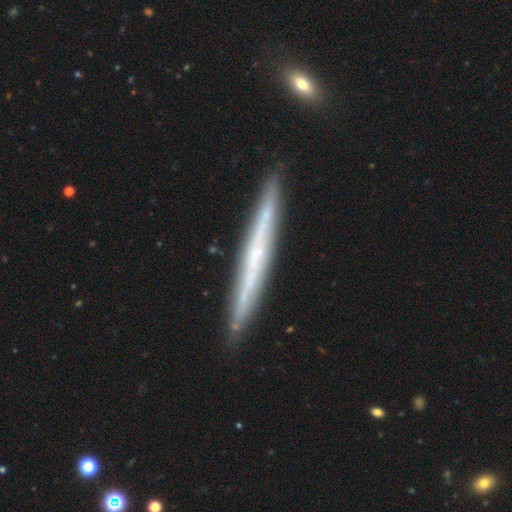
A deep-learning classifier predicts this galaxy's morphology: Overall: featured or disk (67%; smooth 27%). Edge-on disk: yes (96%). Edge-on bulge: none (81%). Merging: none (90%).